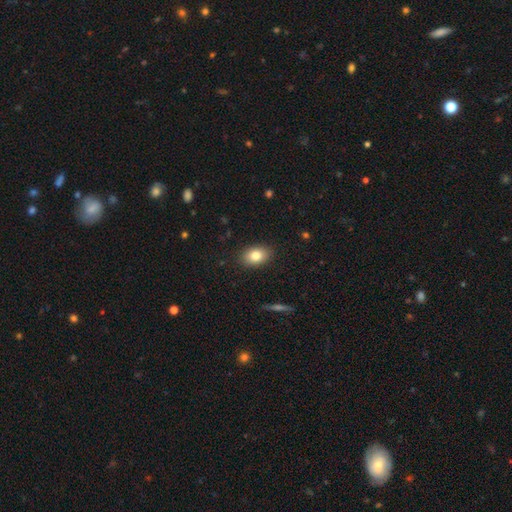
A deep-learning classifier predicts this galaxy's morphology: Smooth or featured? Predicted: smooth (p=0.82). How rounded? Predicted: in between (p=0.84). Merging? Predicted: none (p=0.88).